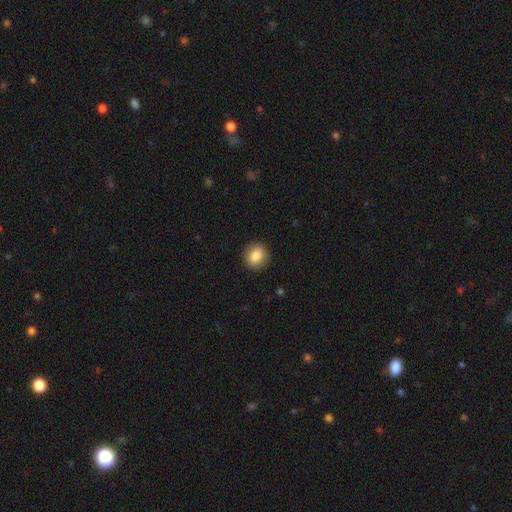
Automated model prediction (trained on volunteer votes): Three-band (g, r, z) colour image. It shows a smooth galaxy with no disk features (84%) that is round (85%). Merging: none (91%).